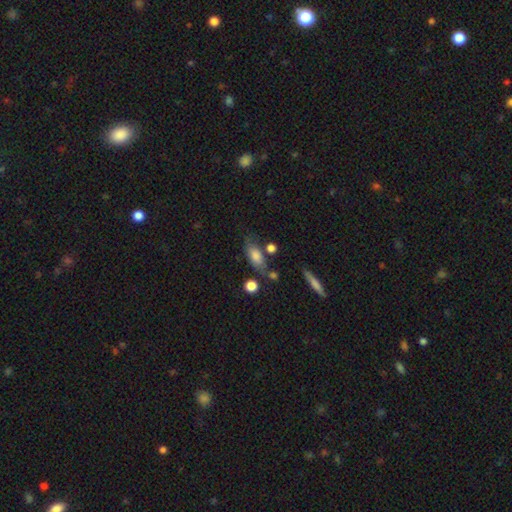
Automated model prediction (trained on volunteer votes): Morphology: type=smooth (76%); roundness=in between (80%); merging=none (59%).